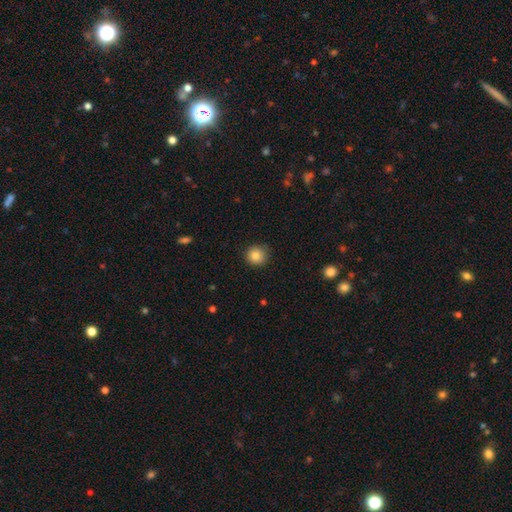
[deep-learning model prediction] The model was most divided on "smooth or featured": smooth: 85%, star or artifact: 10%, featured or disk: 5%. More confident: how rounded — round (93%); merging — none (87%).